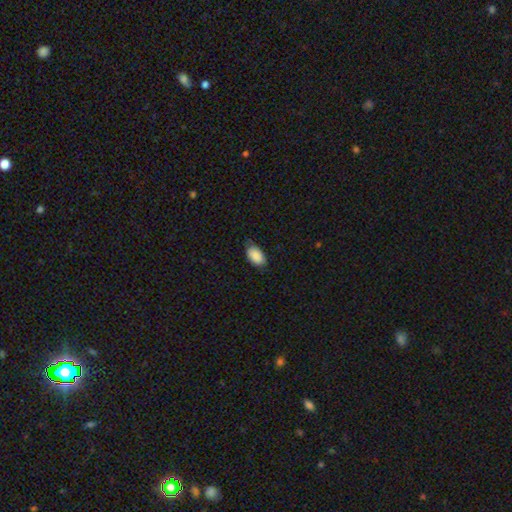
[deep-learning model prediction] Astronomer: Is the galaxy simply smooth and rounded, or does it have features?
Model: smooth — 88%.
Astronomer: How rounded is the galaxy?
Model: in between — 94%.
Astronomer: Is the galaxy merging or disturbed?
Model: none — 71%.